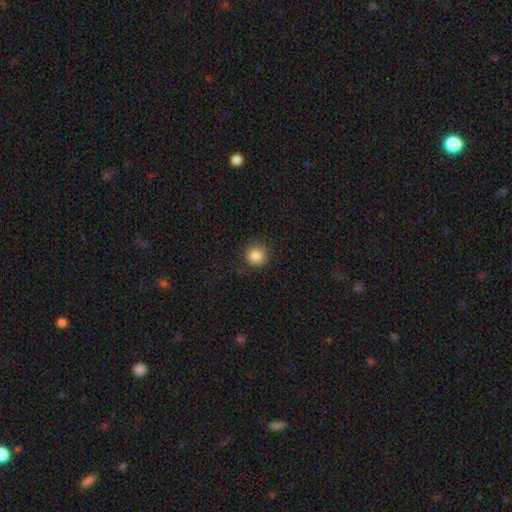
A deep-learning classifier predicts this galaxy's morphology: Smooth or featured? smooth (86%)
How rounded? round (92%)
Merging? none (87%)